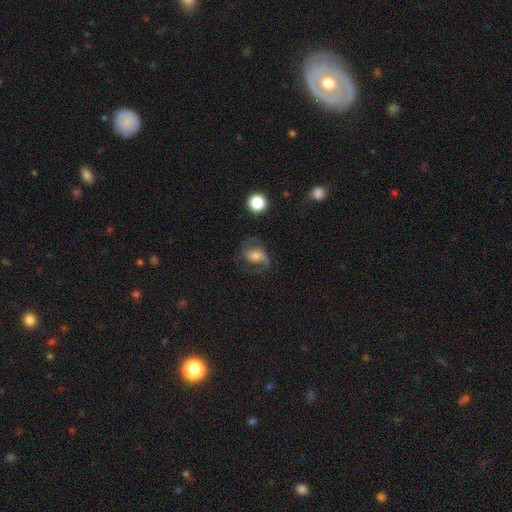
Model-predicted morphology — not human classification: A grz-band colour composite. It shows a featured or disk galaxy (60%) with no bar (52%), spiral arms (85%) and a moderate central bulge (46%). Merging: none (45%).